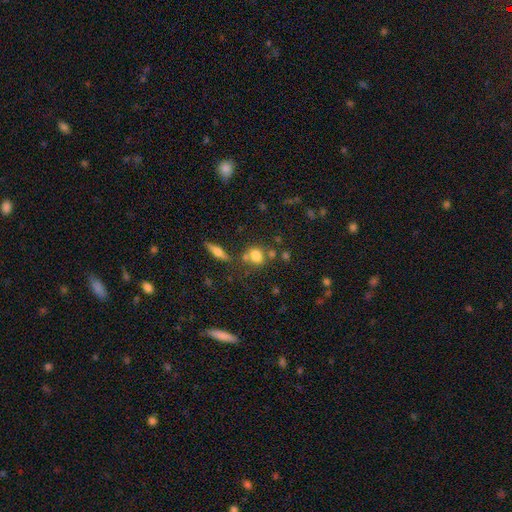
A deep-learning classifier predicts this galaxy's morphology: smooth-or-featured: smooth: 76% | star or artifact: 12% | featured or disk: 12%
  how-rounded: round: 53% | in between: 44% | cigar-shaped: 3%
  merging: none: 58% | merger: 22% | minor disturbance: 15% | major disturbance: 5%